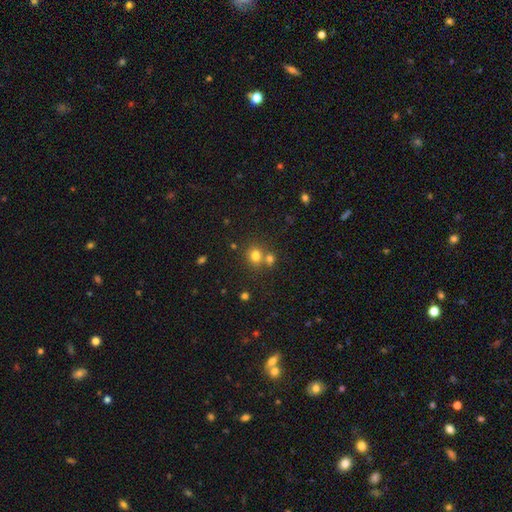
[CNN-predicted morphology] type=smooth (76%); roundness=round (75%); merging=none (56%).